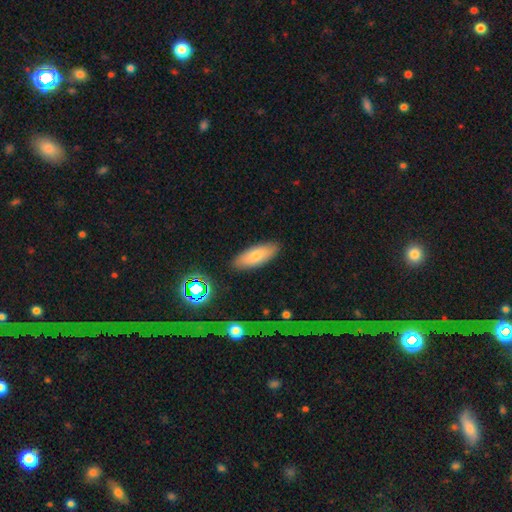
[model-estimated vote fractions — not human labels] smooth 77%, featured or disk 16%, star or artifact 7%. Down the decision tree: how rounded — in between (76%); merging — none (87%).